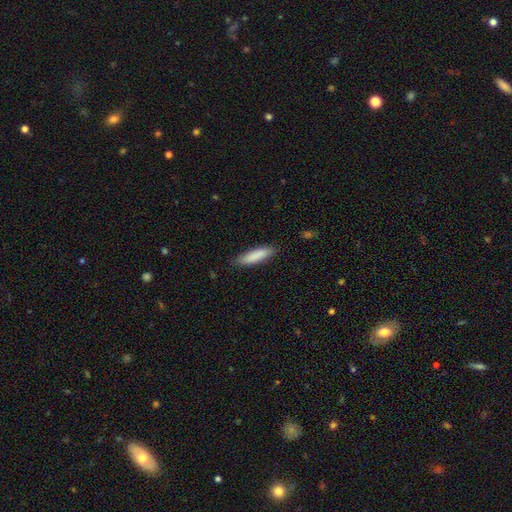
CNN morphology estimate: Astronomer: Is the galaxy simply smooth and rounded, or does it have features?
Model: smooth — 86%.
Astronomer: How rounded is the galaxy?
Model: cigar-shaped — 72%.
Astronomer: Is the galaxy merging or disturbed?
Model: none — 85%.